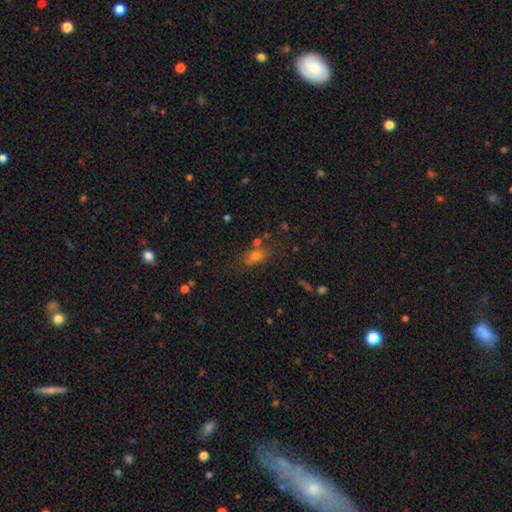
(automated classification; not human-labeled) smooth_or_featured: smooth (p=0.67) [alt: star or artifact p=0.20]
how_rounded: in between (p=0.69) [alt: round p=0.21]
merging: none (p=0.63) [alt: minor disturbance p=0.17]